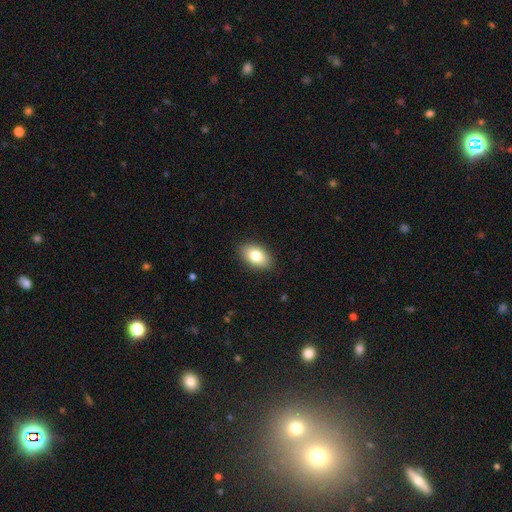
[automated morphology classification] Smooth or featured? smooth (80%)
How rounded? in between (91%)
Merging? none (88%)